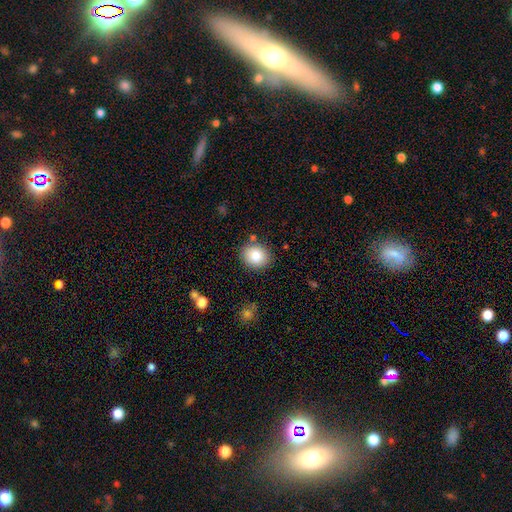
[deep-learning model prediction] Smooth or featured: smooth — 83% (star or artifact — 9%)
How rounded: round — 69% (in between — 30%)
Merging: none — 84% (minor disturbance — 10%)